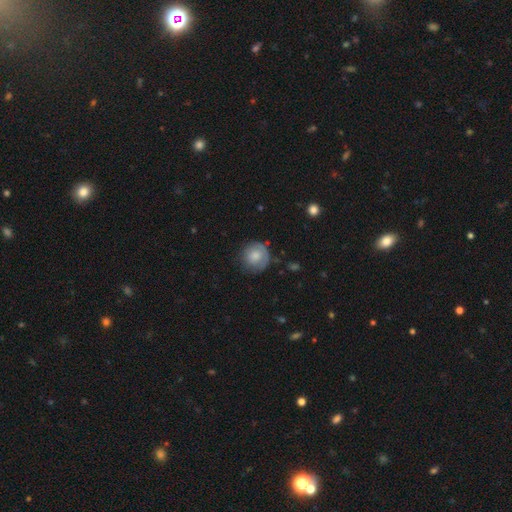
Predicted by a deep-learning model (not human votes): Overall: smooth (70%). How rounded: round (91%). Merging: none (72%).